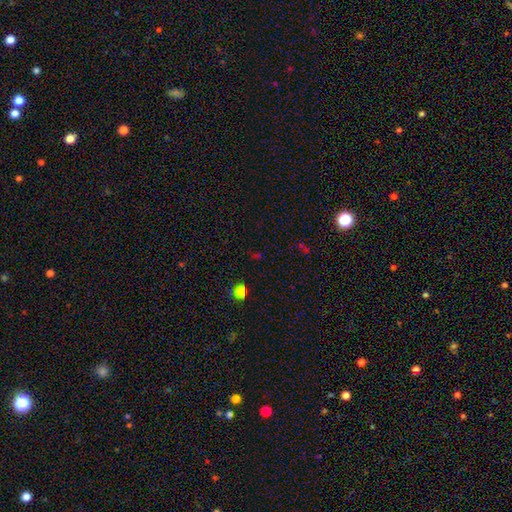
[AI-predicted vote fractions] Smooth or featured? star or artifact (58%)